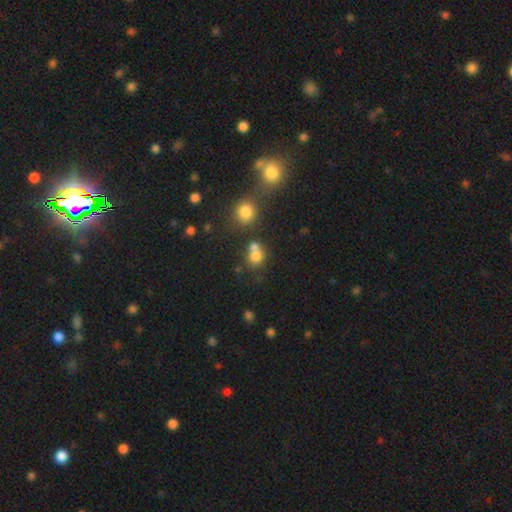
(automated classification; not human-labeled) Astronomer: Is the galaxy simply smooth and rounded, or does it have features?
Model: smooth — 73%.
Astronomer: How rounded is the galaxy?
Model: round — 76%.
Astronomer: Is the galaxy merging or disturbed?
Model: merger — 47% (runner-up: none, 40%).